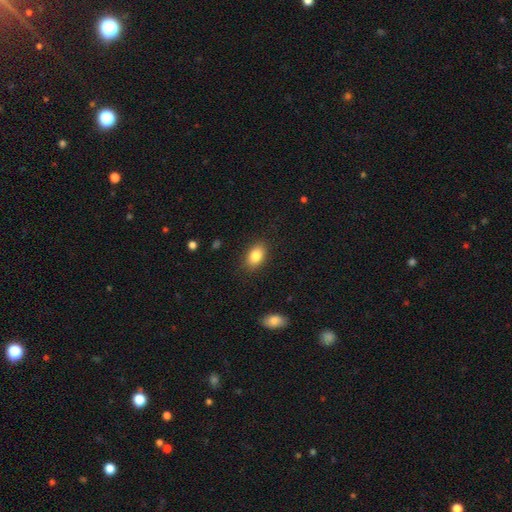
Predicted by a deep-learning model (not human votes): Q: Smooth or featured?
A: smooth (85%); runner-up: star or artifact (8%)
Q: How rounded?
A: in between (86%); runner-up: round (12%)
Q: Merging?
A: none (86%); runner-up: minor disturbance (10%)